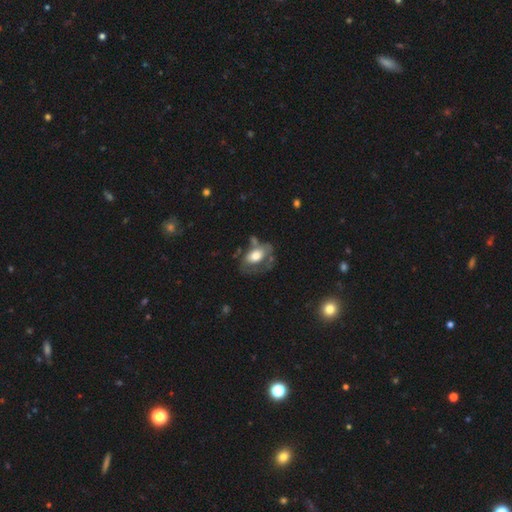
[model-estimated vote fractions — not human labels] smooth_or_featured: smooth (p=0.60) [alt: featured or disk p=0.33]
how_rounded: in between (p=0.88) [alt: round p=0.10]
merging: none (p=0.40) [alt: minor disturbance p=0.27]